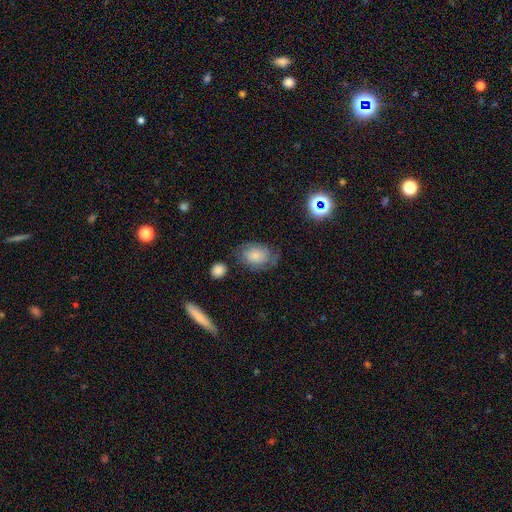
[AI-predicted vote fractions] A smooth galaxy with no disk features (63%) that is in between round and cigar-shaped (78%). Merging: none (57%).